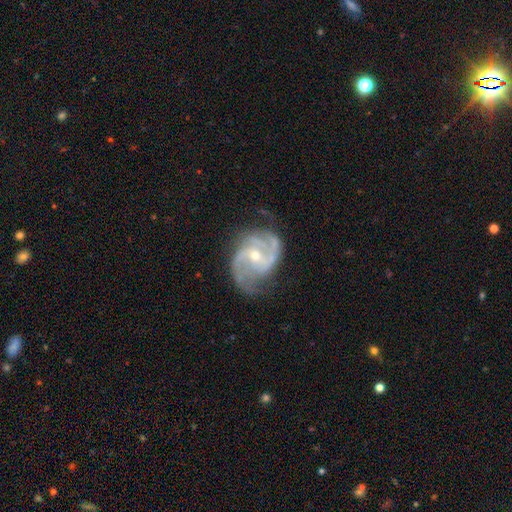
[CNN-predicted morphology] Smooth or featured? featured or disk (91%)
Edge-on disk? no (98%)
Bar? weak (46%)
Spiral arms? yes (98%)
Spiral winding? medium (54%)
Spiral arm count? 2 (62%)
Bulge size? small (54%)
Merging? none (68%)